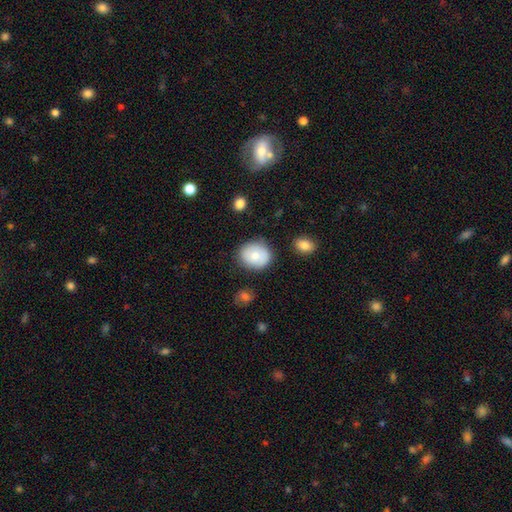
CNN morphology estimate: smooth_or_featured: smooth (p=0.74) [alt: featured or disk p=0.18]
how_rounded: round (p=0.67) [alt: in between p=0.32]
merging: none (p=0.79) [alt: minor disturbance p=0.14]